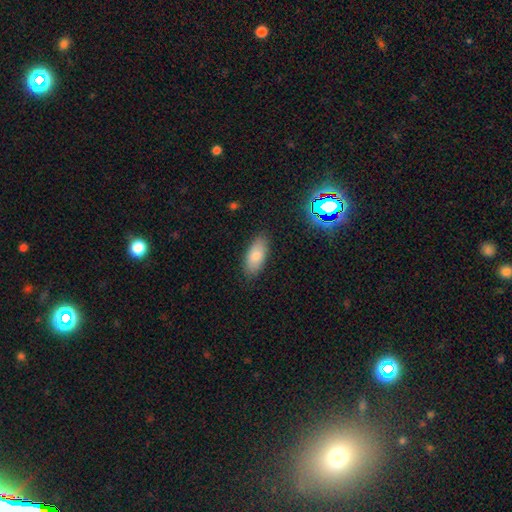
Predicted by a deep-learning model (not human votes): Q: Smooth or featured?
A: smooth (80%); runner-up: featured or disk (12%)
Q: How rounded?
A: in between (89%); runner-up: cigar-shaped (9%)
Q: Merging?
A: none (86%); runner-up: minor disturbance (11%)